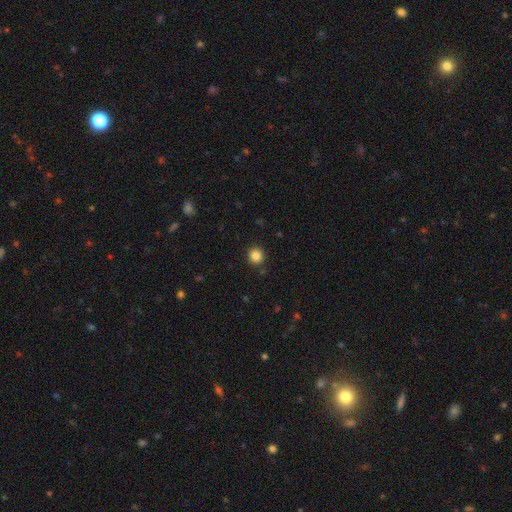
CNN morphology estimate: Smooth or featured? smooth (85%)
How rounded? round (92%)
Merging? none (90%)